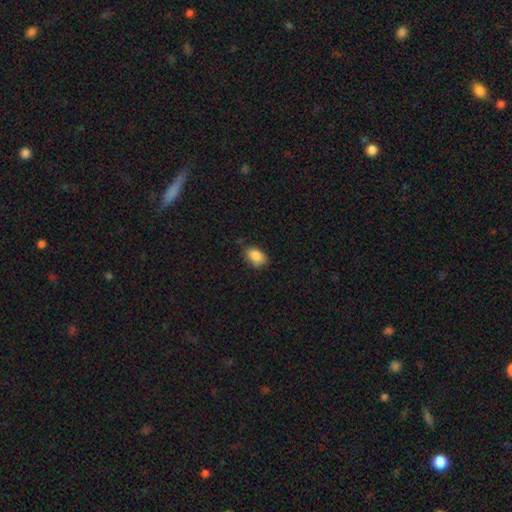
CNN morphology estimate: Overall: smooth (86%). How rounded: in between (85%). Merging: none (74%).